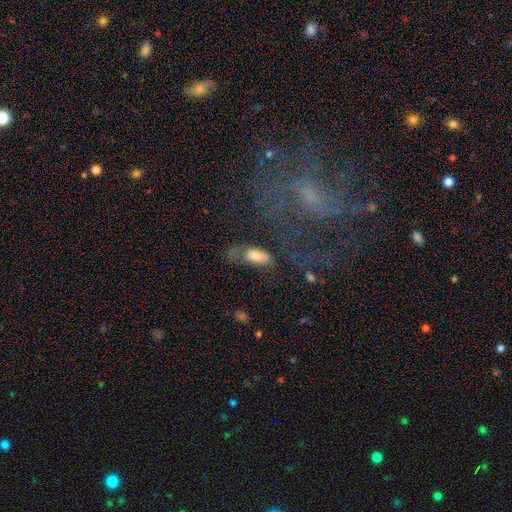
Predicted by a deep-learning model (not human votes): smooth 71%, featured or disk 17%, star or artifact 11%. Down the decision tree: how rounded — in between (82%); merging — none (50%).